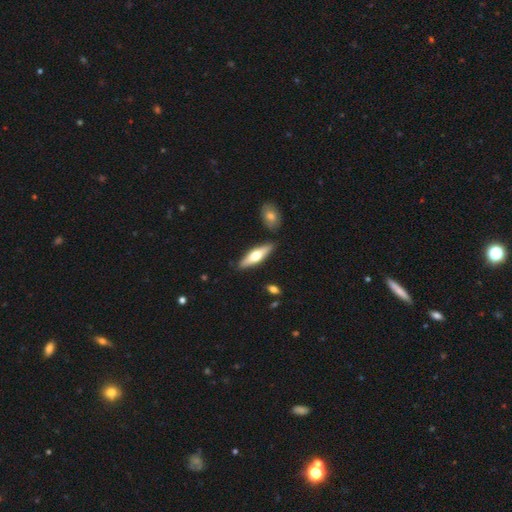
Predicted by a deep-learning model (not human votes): This appears to be a smooth galaxy with no disk features (49%). Merging: none (84%).